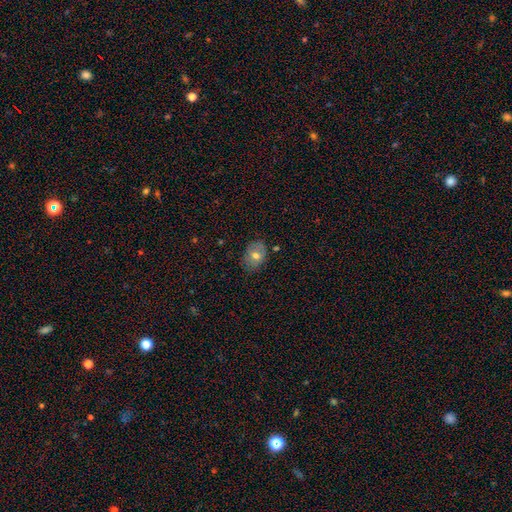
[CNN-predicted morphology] This is likely a smooth galaxy (66%). How rounded: likely in between (69%). Merging: likely none (75%).